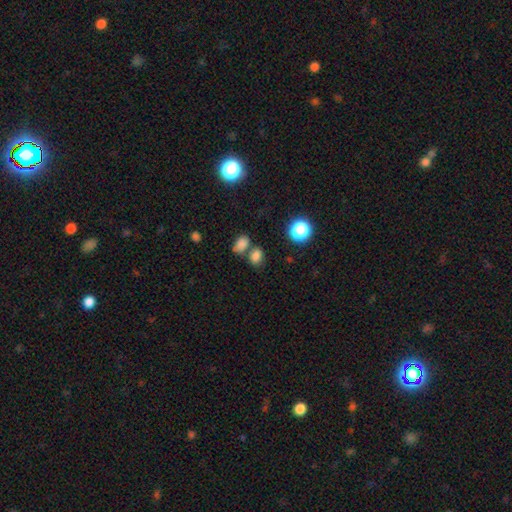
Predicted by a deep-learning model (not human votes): Smooth or featured?
  - smooth: 79% *
  - star or artifact: 15%
  - featured or disk: 6%
How rounded?
  - in between: 72% *
  - round: 26%
  - cigar-shaped: 2%
Merging?
  - none: 53% *
  - merger: 31%
  - minor disturbance: 11%
  - major disturbance: 4%